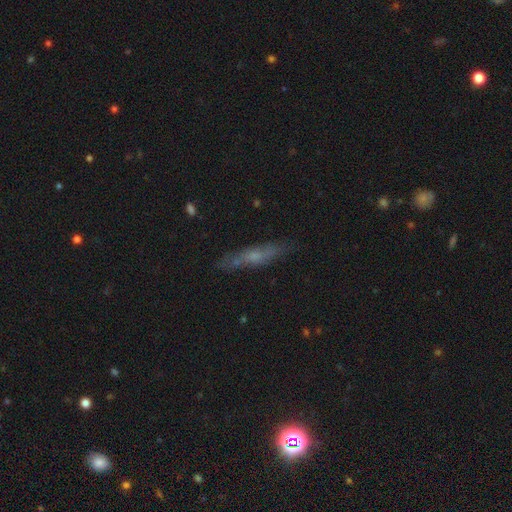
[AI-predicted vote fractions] smooth_or_featured: featured or disk (p=0.47) [alt: smooth p=0.44]
merging: none (p=0.76) [alt: minor disturbance p=0.17]